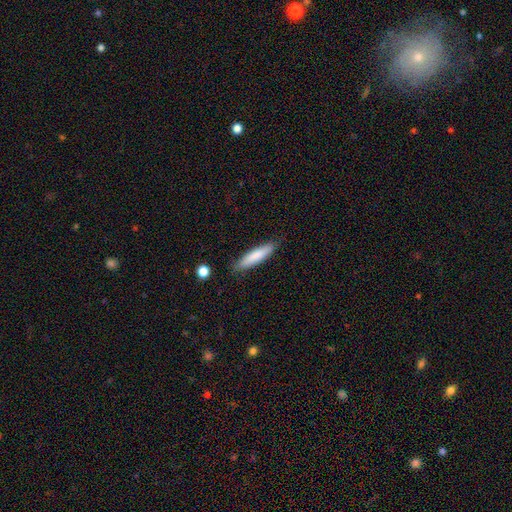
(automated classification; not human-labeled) smooth 80%, featured or disk 14%, star or artifact 6%. Down the decision tree: how rounded — cigar-shaped (81%); merging — none (85%).